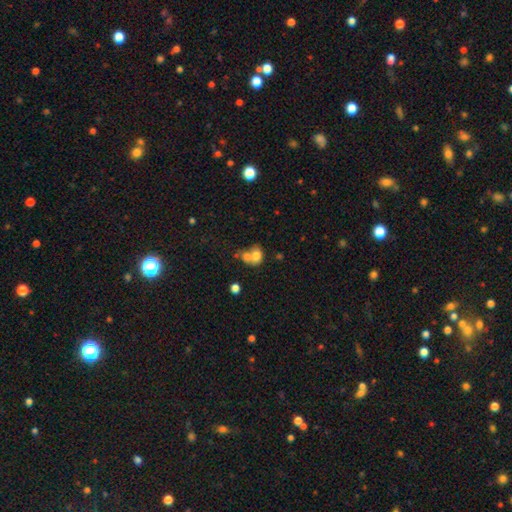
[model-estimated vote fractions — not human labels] The model was most divided on "how rounded": in between: 52%, round: 47%, cigar-shaped: 1%. More confident: smooth or featured — smooth (74%); merging — merger (61%).